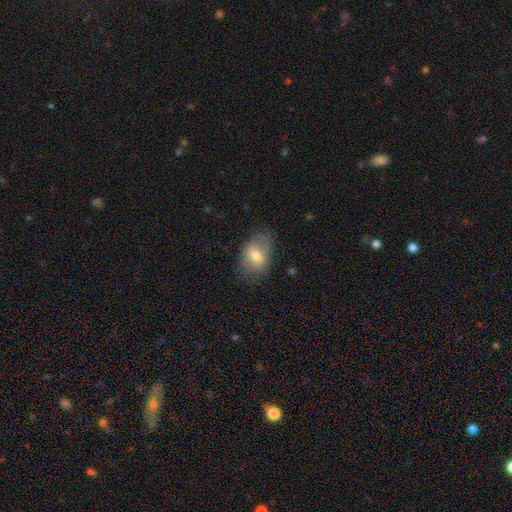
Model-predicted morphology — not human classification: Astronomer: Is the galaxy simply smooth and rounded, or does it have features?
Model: smooth — 66%.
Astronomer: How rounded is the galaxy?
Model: in between — 81%.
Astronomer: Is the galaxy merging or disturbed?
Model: none — 72%.